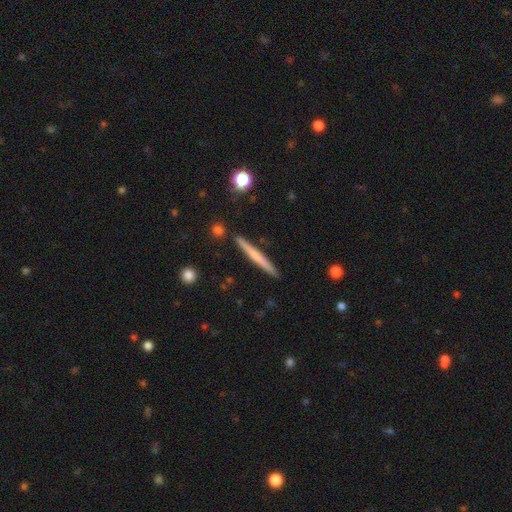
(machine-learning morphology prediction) A smooth galaxy with no disk features (53%) that is cigar-shaped (97%).

Vote fractions:
- Smooth or featured? smooth: 53% / featured or disk: 41% / star or artifact: 6%
- How rounded? cigar-shaped: 97% / in between: 2% / round: 1%
- Merging? none: 90% / minor disturbance: 6% / merger: 2% / major disturbance: 1%